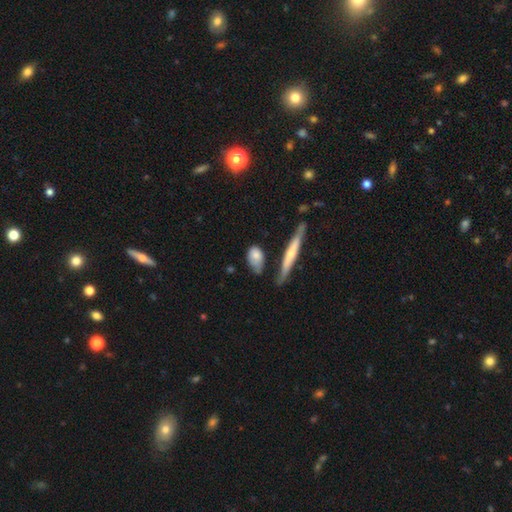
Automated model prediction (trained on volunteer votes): A smooth galaxy with no disk features (75%) that is in between round and cigar-shaped (71%).

Vote fractions:
- Smooth or featured? smooth: 75% / featured or disk: 19% / star or artifact: 6%
- How rounded? in between: 71% / cigar-shaped: 18% / round: 11%
- Merging? none: 52% / minor disturbance: 31% / major disturbance: 10% / merger: 7%